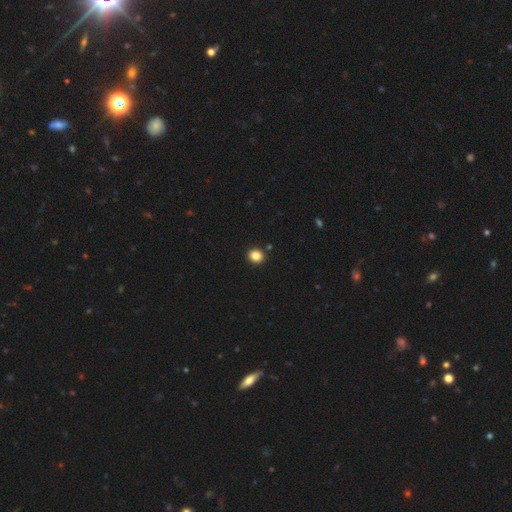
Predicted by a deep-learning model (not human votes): smooth 85%, star or artifact 11%, featured or disk 4%. Down the decision tree: how rounded — round (78%); merging — none (90%).